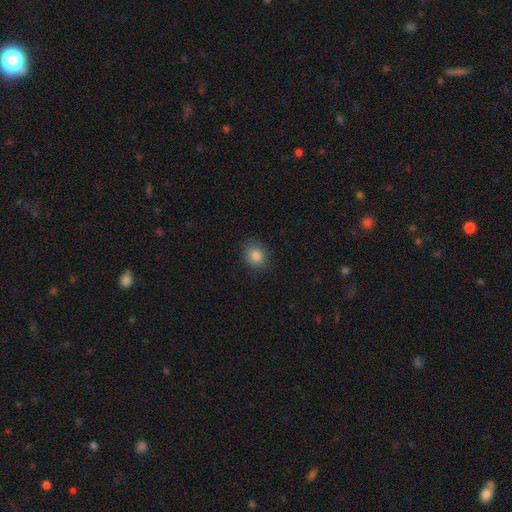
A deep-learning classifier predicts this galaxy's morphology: smooth-or-featured: smooth: 83% | star or artifact: 11% | featured or disk: 6%
  how-rounded: round: 69% | in between: 30% | cigar-shaped: 1%
  merging: none: 85% | minor disturbance: 11% | major disturbance: 3% | merger: 1%